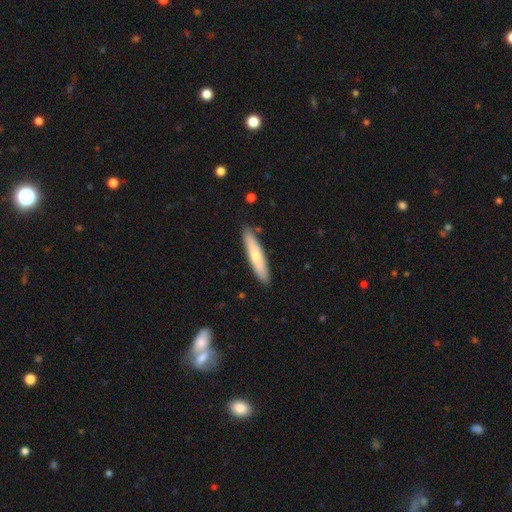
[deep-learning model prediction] smooth_or_featured: smooth (p=0.60) [alt: featured or disk p=0.35]
how_rounded: cigar-shaped (p=0.87) [alt: in between p=0.12]
merging: none (p=0.88) [alt: minor disturbance p=0.09]